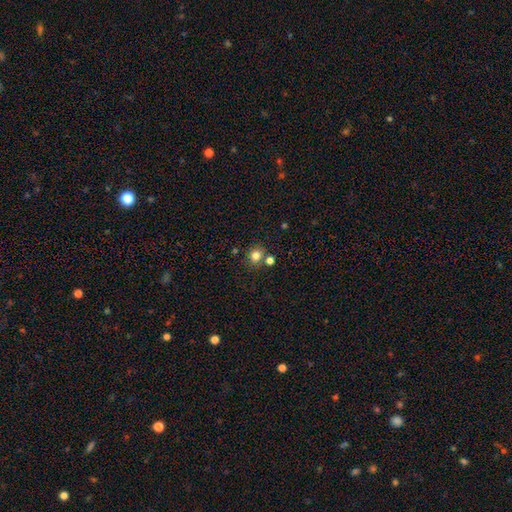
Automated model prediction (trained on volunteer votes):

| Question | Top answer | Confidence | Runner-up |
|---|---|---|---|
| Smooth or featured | smooth | 79% | star or artifact (14%) |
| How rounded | round | 84% | in between (15%) |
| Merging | none | 75% | merger (13%) |